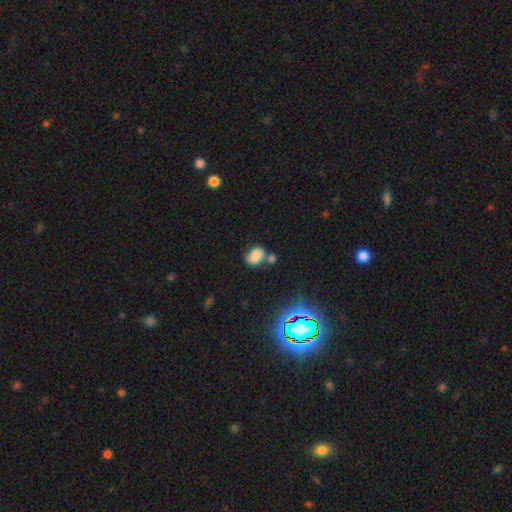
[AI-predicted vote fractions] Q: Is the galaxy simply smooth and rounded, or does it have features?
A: smooth — 71%.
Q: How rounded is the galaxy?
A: in between — 71%.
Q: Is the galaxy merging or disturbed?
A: none — 43%.